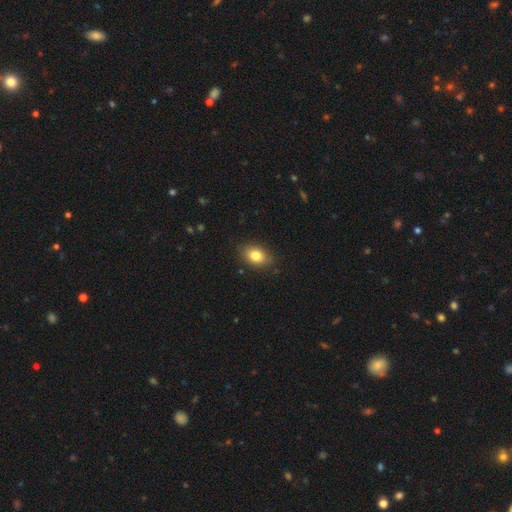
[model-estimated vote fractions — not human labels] Q: Smooth or featured?
A: smooth (82%); runner-up: featured or disk (9%)
Q: How rounded?
A: in between (78%); runner-up: round (20%)
Q: Merging?
A: none (84%); runner-up: minor disturbance (12%)